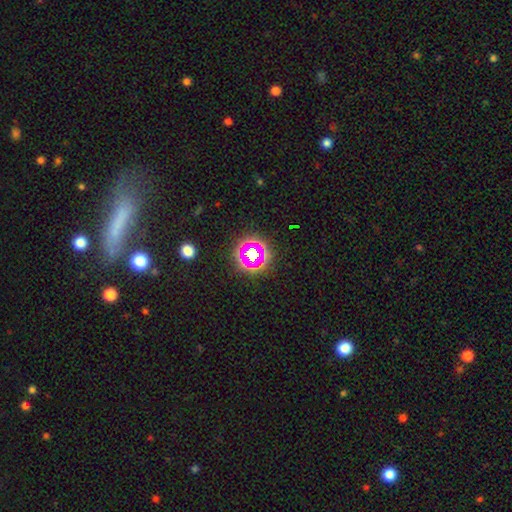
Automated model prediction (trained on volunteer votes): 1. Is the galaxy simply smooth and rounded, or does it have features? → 56% star or artifact, 27% smooth, 17% featured or disk.